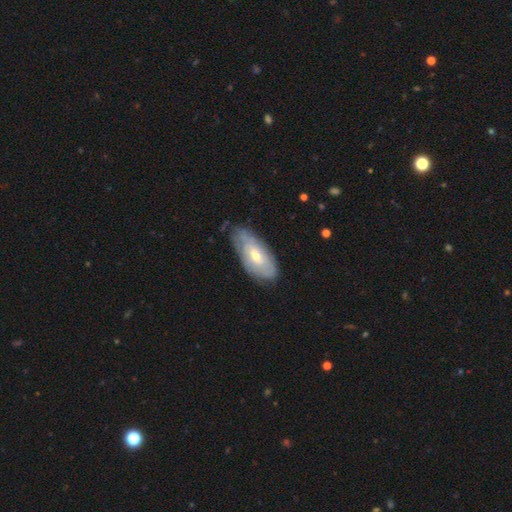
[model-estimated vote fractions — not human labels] Q: Smooth or featured?
A: featured or disk (53%); runner-up: smooth (41%)
Q: Edge-on disk?
A: no (86%); runner-up: yes (14%)
Q: Merging?
A: none (66%); runner-up: minor disturbance (27%)